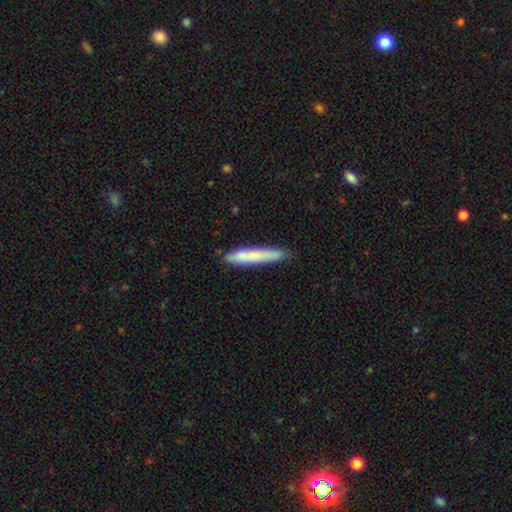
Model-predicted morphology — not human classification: The model was most divided on "smooth or featured": smooth: 71%, featured or disk: 23%, star or artifact: 6%. More confident: how rounded — cigar-shaped (94%); merging — none (79%).